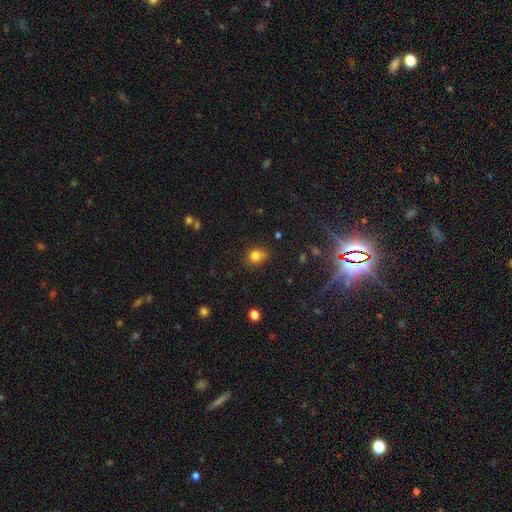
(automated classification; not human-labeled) smooth-or-featured: smooth: 80% | star or artifact: 13% | featured or disk: 7%
  how-rounded: round: 66% | in between: 32% | cigar-shaped: 1%
  merging: none: 68% | minor disturbance: 21% | major disturbance: 5% | merger: 5%